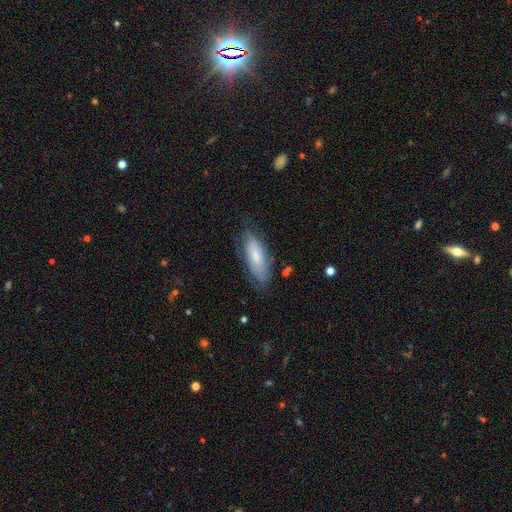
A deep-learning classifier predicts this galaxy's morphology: smooth_or_featured: smooth (p=0.53) [alt: featured or disk p=0.40]
how_rounded: in between (p=0.70) [alt: cigar-shaped p=0.28]
merging: none (p=0.64) [alt: minor disturbance p=0.24]